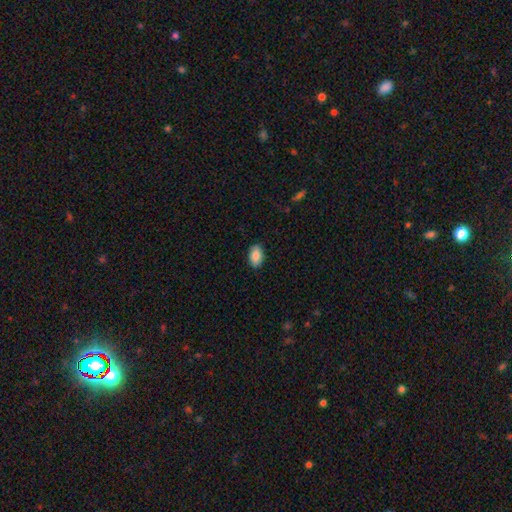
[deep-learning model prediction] Q: Smooth or featured?
A: smooth (87%); runner-up: star or artifact (7%)
Q: How rounded?
A: in between (92%); runner-up: round (6%)
Q: Merging?
A: none (87%); runner-up: minor disturbance (10%)